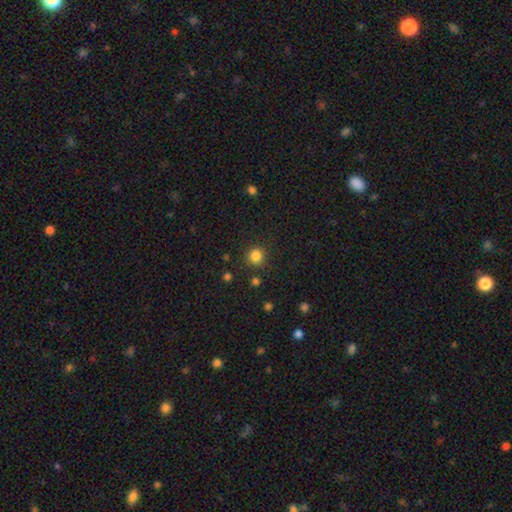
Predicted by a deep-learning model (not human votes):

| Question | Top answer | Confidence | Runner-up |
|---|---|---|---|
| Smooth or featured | smooth | 83% | star or artifact (13%) |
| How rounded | round | 93% | in between (6%) |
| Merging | none | 88% | minor disturbance (7%) |